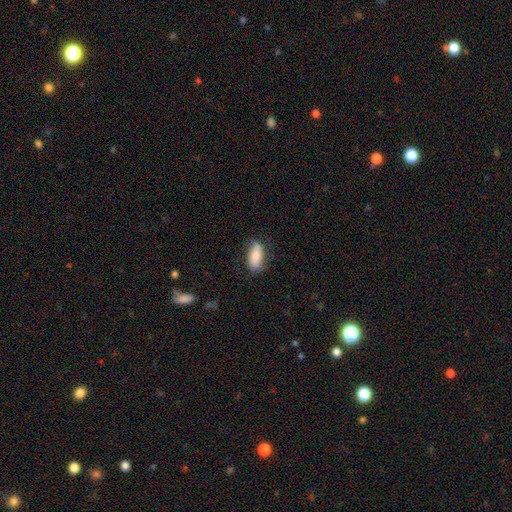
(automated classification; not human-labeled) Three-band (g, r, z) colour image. It shows a smooth galaxy with no disk features (76%) that is in between round and cigar-shaped (87%). Merging: none (72%).